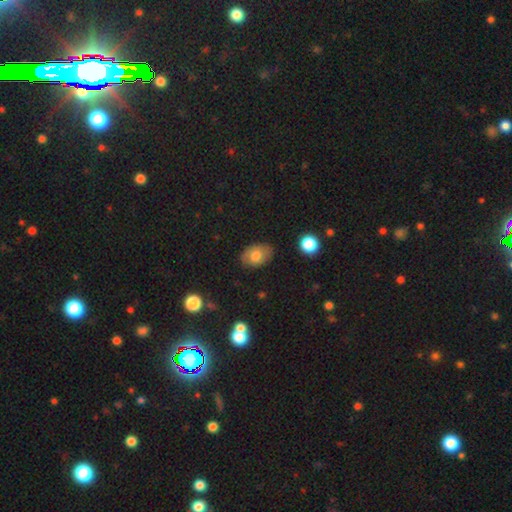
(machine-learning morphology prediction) Smooth or featured?
  - smooth: 75% *
  - featured or disk: 16%
  - star or artifact: 9%
How rounded?
  - in between: 81% *
  - round: 18%
  - cigar-shaped: 1%
Merging?
  - none: 80% *
  - minor disturbance: 15%
  - major disturbance: 3%
  - merger: 2%